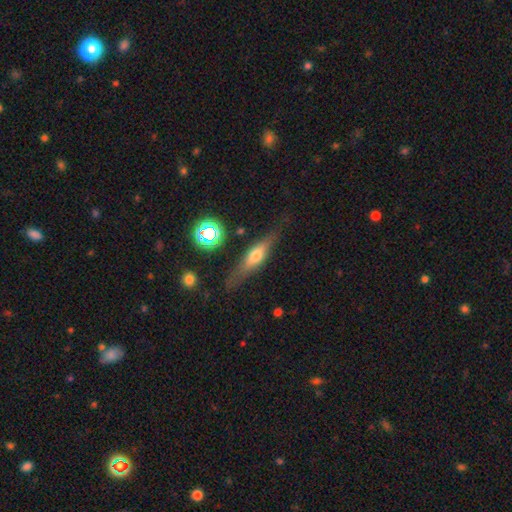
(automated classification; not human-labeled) Morphology: type=featured or disk (50%); merging=none (74%).